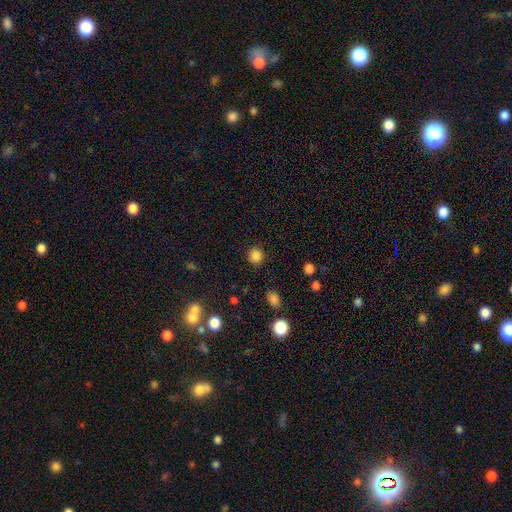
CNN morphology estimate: Smooth or featured: smooth — 85% (star or artifact — 12%)
How rounded: round — 88% (in between — 11%)
Merging: none — 89% (minor disturbance — 7%)